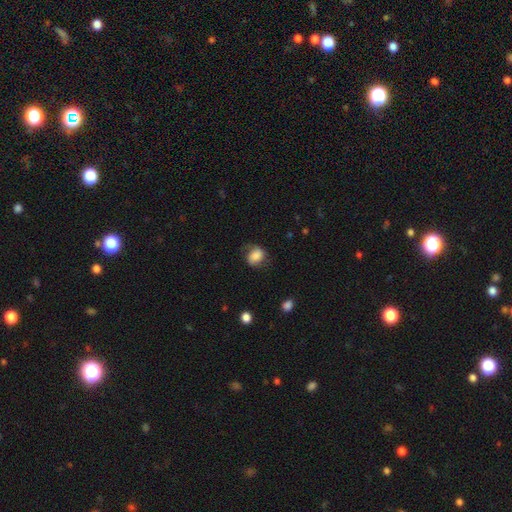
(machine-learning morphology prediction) smooth 65%, featured or disk 26%, star or artifact 9%. Down the decision tree: how rounded — in between (52%); merging — none (56%).